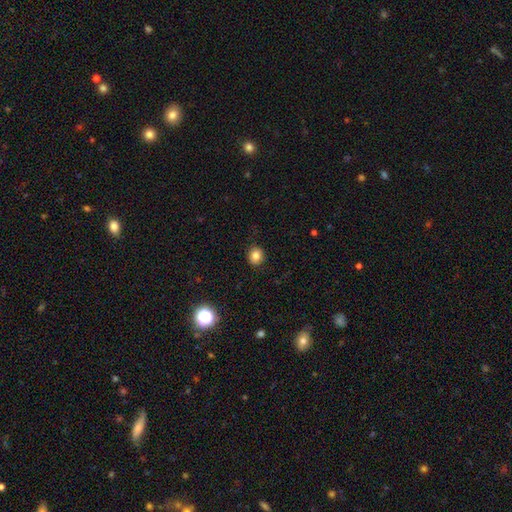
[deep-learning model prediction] Morphology: type=smooth (82%); roundness=round (75%); merging=none (88%).